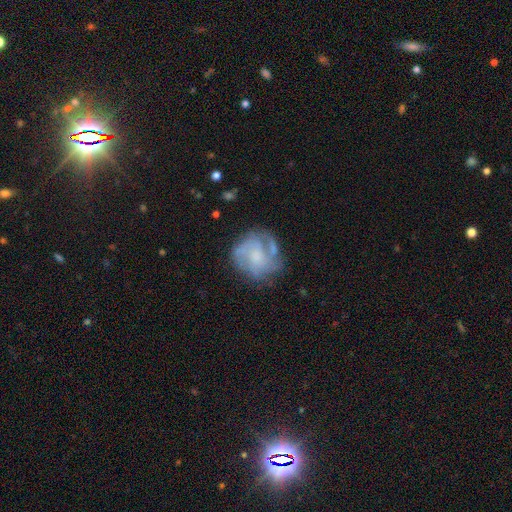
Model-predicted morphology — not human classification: smooth-or-featured: featured or disk: 67% | smooth: 26% | star or artifact: 8%
  disk-edge-on: no: 98% | yes: 2%
    bar: no: 70% | weak: 26% | strong: 4%
    has-spiral-arms: yes: 78% | no: 22%
      spiral-winding: tight: 42% | medium: 40% | loose: 18%
      spiral-arm-count: can't tell: 34% | 3: 28% | 2: 16% | 4: 12% | 1: 6% | more than 4: 5%
    bulge-size: small: 35% | moderate: 34% | none: 23% | large: 6% | dominant: 2%
  merging: none: 62% | minor disturbance: 20% | major disturbance: 13% | merger: 4%